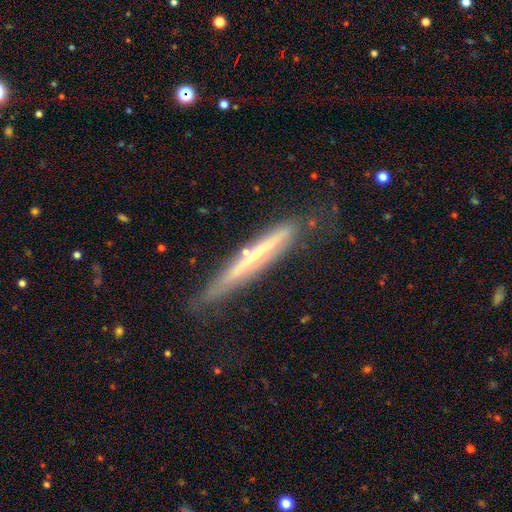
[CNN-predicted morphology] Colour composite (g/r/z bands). It shows a featured or disk galaxy (71%) viewed edge-on (94%) with a rounded central bulge (49%). Merging: none (75%).